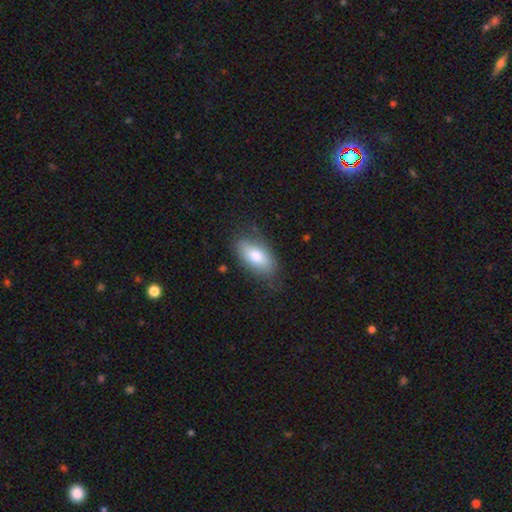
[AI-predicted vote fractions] This appears to be a smooth galaxy with no disk features (76%) that is in between round and cigar-shaped (90%). Merging: none (73%).